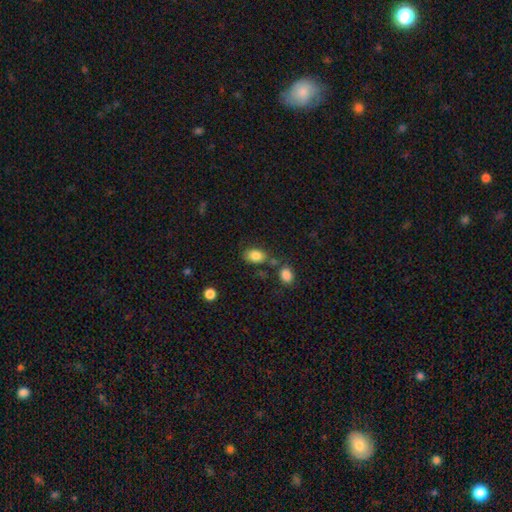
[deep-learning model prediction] smooth-or-featured: smooth: 84% | star or artifact: 9% | featured or disk: 7%
  how-rounded: in between: 86% | round: 12% | cigar-shaped: 2%
  merging: none: 67% | minor disturbance: 16% | merger: 12% | major disturbance: 5%